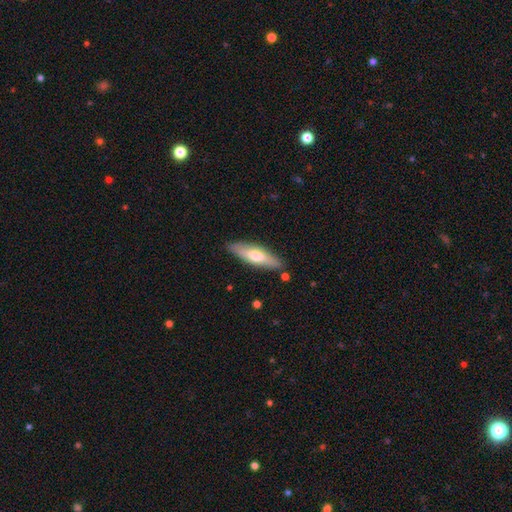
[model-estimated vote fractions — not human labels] A smooth galaxy with no disk features (56%) that is cigar-shaped (59%). Merging: none (84%).